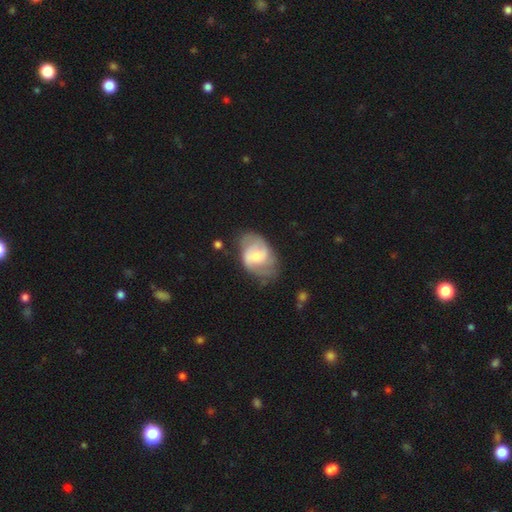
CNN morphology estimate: A featured or disk galaxy (69%) with a weak bar (46%), 2 (65%) medium (49%) spiral arms (88%) and a moderate central bulge (45%).

Vote fractions:
- Smooth or featured? featured or disk: 69% / smooth: 25% / star or artifact: 6%
- Edge-on disk? no: 97% / yes: 3%
- Bar? weak: 46% / no: 43% / strong: 11%
- Spiral arms? yes: 88% / no: 12%
- Spiral winding? medium: 49% / tight: 29% / loose: 22%
- Spiral arm count? 2: 65% / can't tell: 18% / 3: 10% / 1: 3% / 4: 2% / more than 4: 2%
- Bulge size? moderate: 45% / small: 41% / large: 8% / none: 5% / dominant: 1%
- Merging? none: 56% / minor disturbance: 26% / major disturbance: 15% / merger: 3%